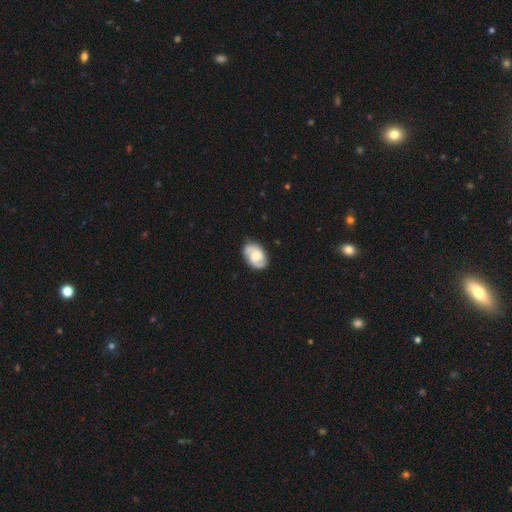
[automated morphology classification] featured or disk 71%, smooth 23%, star or artifact 6%. Down the decision tree: edge-on disk — no (97%); bar — no (52%); spiral arms — yes (94%); spiral arm count — 2 (81%); spiral winding — medium (47%); bulge size — moderate (51%); merging — none (80%).